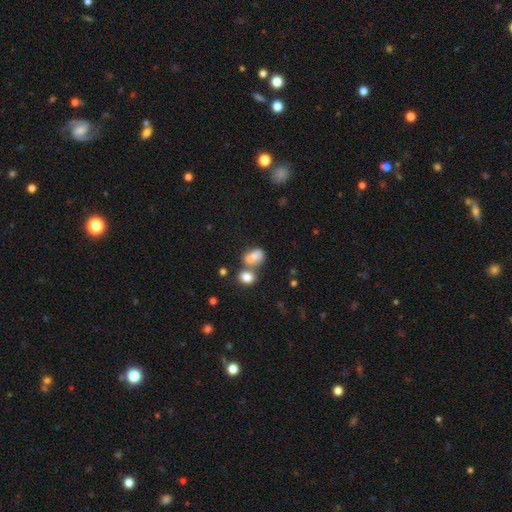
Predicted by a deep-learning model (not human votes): Smooth or featured? smooth (69%)
How rounded? in between (75%)
Merging? merger (46%)